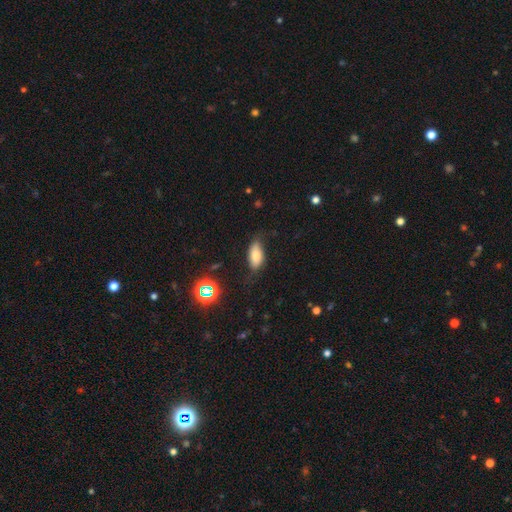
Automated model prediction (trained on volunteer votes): Overall: smooth (73%). How rounded: in between (89%). Merging: none (66%).